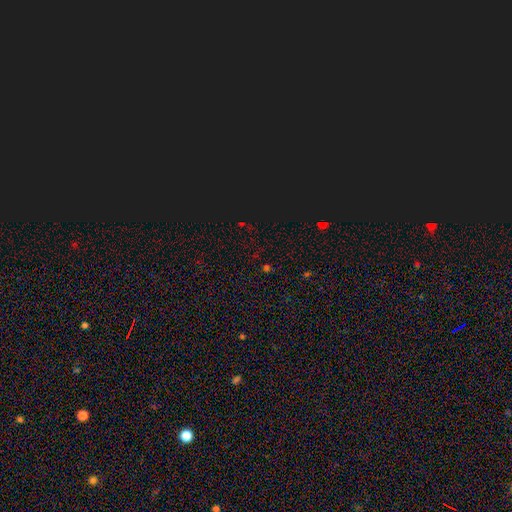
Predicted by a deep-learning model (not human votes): A star or artifact, not a galaxy (67%).